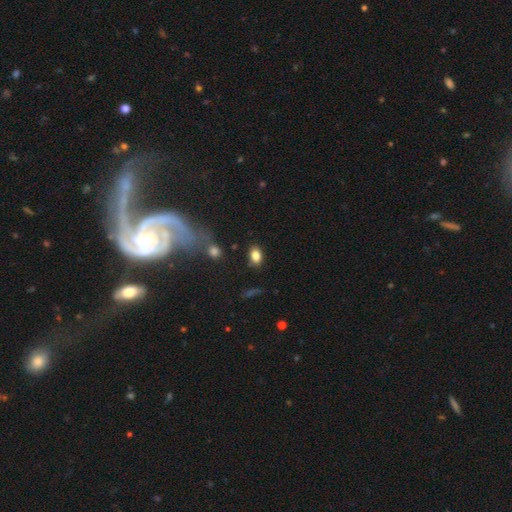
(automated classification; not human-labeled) Q: Smooth or featured?
A: smooth (83%); runner-up: star or artifact (9%)
Q: How rounded?
A: in between (82%); runner-up: round (17%)
Q: Merging?
A: none (82%); runner-up: minor disturbance (12%)